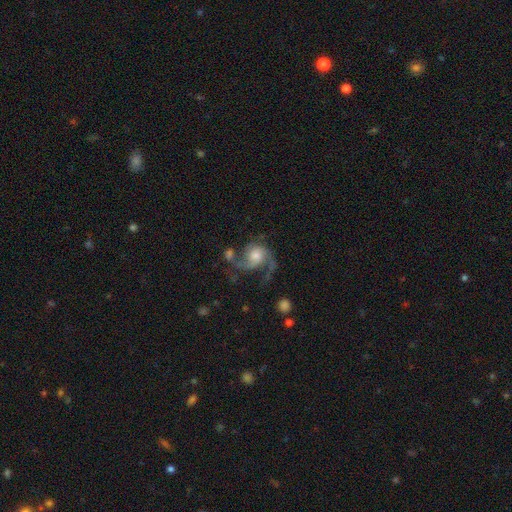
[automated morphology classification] Q: Smooth or featured?
A: featured or disk (79%); runner-up: smooth (14%)
Q: Edge-on disk?
A: no (98%); runner-up: yes (2%)
Q: Bar?
A: no (68%); runner-up: weak (27%)
Q: Spiral arms?
A: yes (95%); runner-up: no (5%)
Q: Spiral winding?
A: medium (45%); runner-up: loose (43%)
Q: Spiral arm count?
A: 2 (68%); runner-up: 1 (12%)
Q: Bulge size?
A: moderate (56%); runner-up: small (23%)
Q: Merging?
A: none (44%); runner-up: major disturbance (26%)